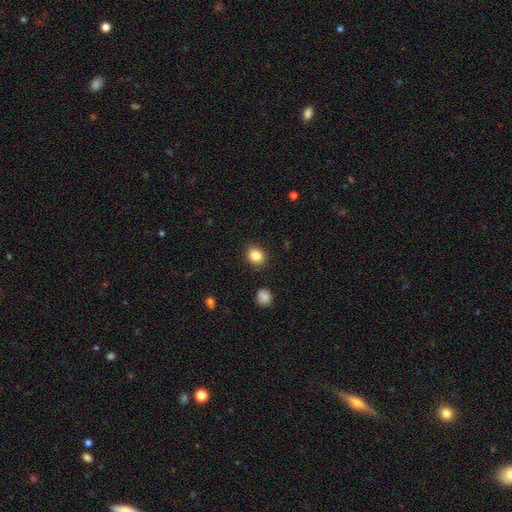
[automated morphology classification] type=smooth (85%); roundness=round (66%); merging=none (89%).